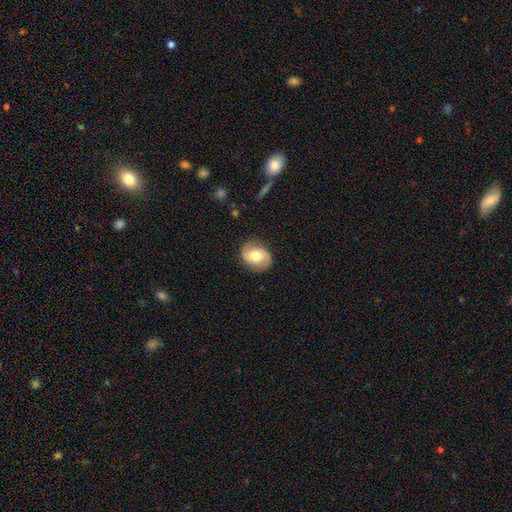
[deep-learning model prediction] This is possibly a featured or disk galaxy (56%). It is clearly not viewed edge-on (97%). Bar: possibly no (56%). Spiral arm pattern: clearly yes (83%). Central bulge: likely moderate (72%). Merging: clearly none (83%).